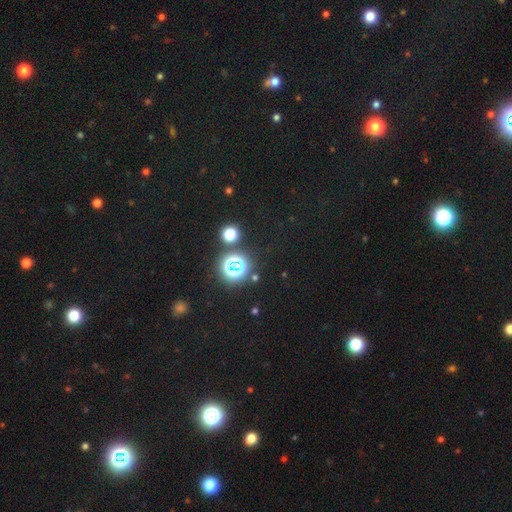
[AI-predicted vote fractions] Morphology: type=star or artifact (73%).